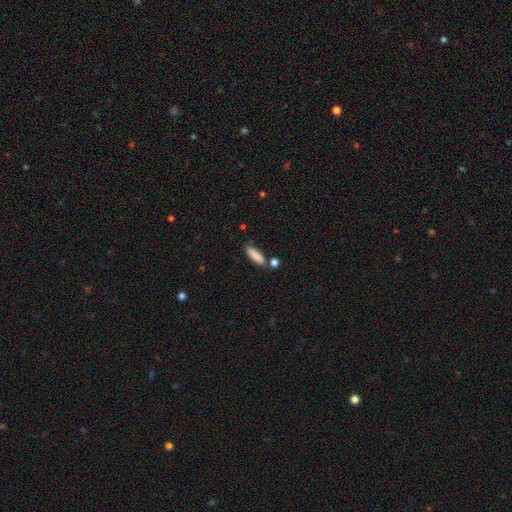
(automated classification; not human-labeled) The model was most divided on "how rounded": cigar-shaped: 67%, in between: 30%, round: 2%. More confident: smooth or featured — smooth (85%); merging — none (73%).